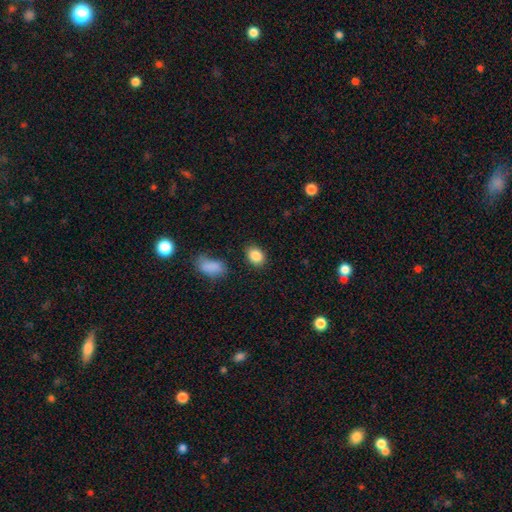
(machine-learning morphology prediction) smooth_or_featured: smooth (p=0.86) [alt: star or artifact p=0.09]
how_rounded: in between (p=0.64) [alt: round p=0.35]
merging: none (p=0.84) [alt: minor disturbance p=0.10]